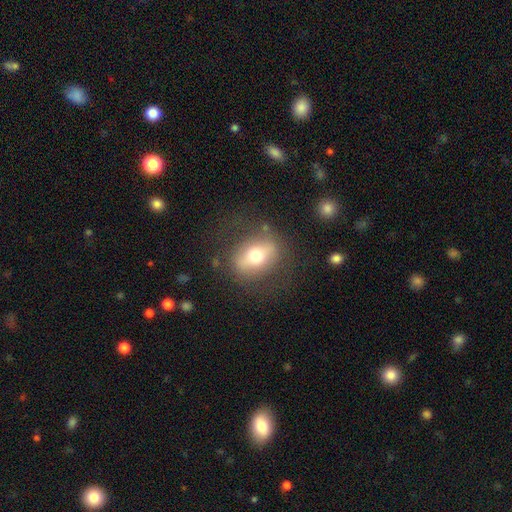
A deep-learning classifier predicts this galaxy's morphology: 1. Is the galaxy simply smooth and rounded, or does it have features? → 52% smooth, 39% featured or disk, 9% star or artifact.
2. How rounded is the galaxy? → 56% in between, 41% round, 3% cigar-shaped.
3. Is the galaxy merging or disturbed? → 76% none, 13% minor disturbance, 9% major disturbance, 2% merger.